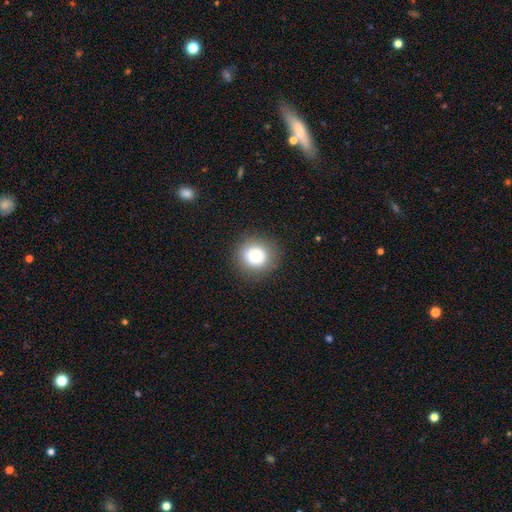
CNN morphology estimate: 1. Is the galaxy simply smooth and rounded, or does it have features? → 75% smooth, 14% featured or disk, 12% star or artifact.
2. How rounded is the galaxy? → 91% round, 8% in between, 1% cigar-shaped.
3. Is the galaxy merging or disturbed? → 89% none, 7% minor disturbance, 3% major disturbance, 1% merger.